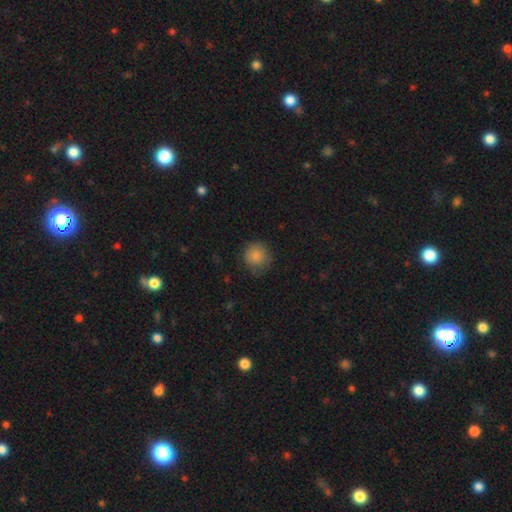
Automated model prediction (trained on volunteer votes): This is clearly a smooth galaxy (84%). How rounded: clearly round (90%). Merging: likely none (71%).